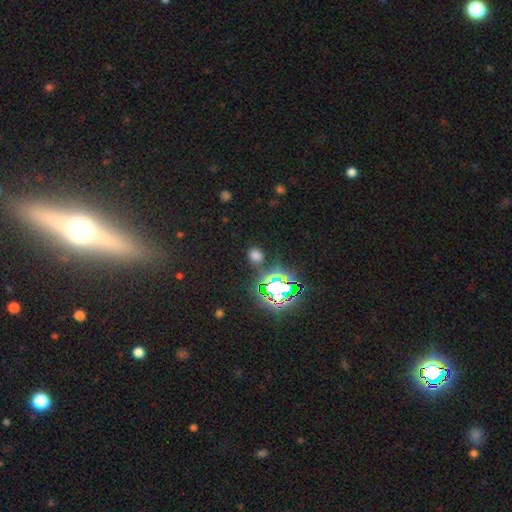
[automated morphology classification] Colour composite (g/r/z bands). It shows a smooth galaxy with no disk features (58%) that is round (64%). Merging: none (84%).